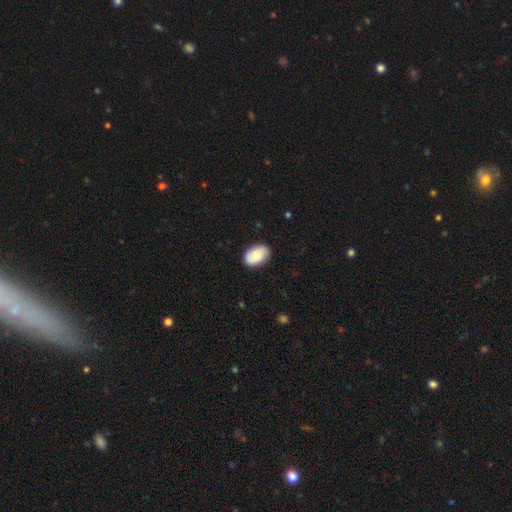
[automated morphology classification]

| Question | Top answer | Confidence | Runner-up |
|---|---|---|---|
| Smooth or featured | smooth | 73% | featured or disk (20%) |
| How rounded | in between | 89% | round (10%) |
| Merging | none | 84% | minor disturbance (12%) |